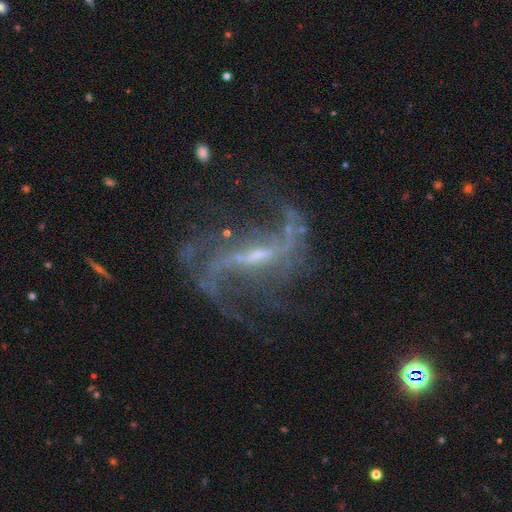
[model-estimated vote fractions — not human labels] This is clearly a featured or disk galaxy (88%). It is clearly not viewed edge-on (92%). Bar: possibly strong (48%). Spiral arm pattern: clearly yes (94%). Spiral arm count: likely 2 (76%). Spiral winding: likely loose (77%). Central bulge: likely small (66%). Merging: possibly none (60%).